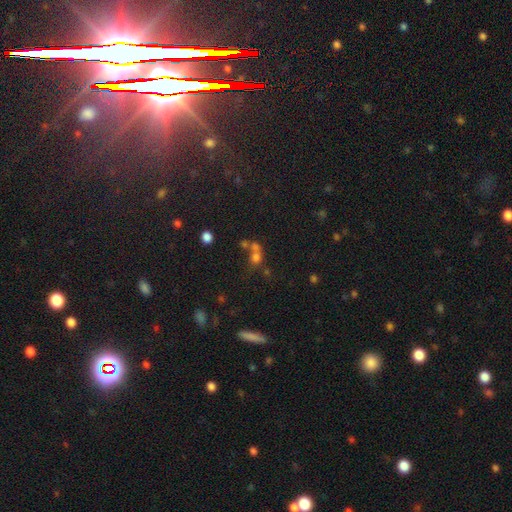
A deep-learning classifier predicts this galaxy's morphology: A smooth galaxy with no disk features (64%) that is round (77%).

Vote fractions:
- Smooth or featured? smooth: 64% / star or artifact: 21% / featured or disk: 15%
- How rounded? round: 77% / in between: 22% / cigar-shaped: 2%
- Merging? merger: 53% / none: 34% / minor disturbance: 7% / major disturbance: 5%